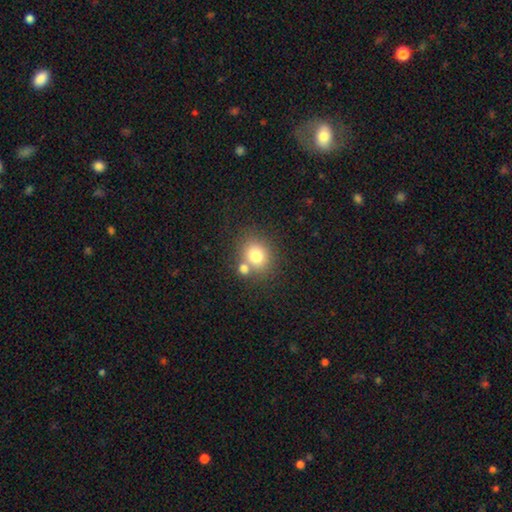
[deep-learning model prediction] smooth 78%, star or artifact 12%, featured or disk 11%. Down the decision tree: how rounded — round (68%); merging — none (60%).